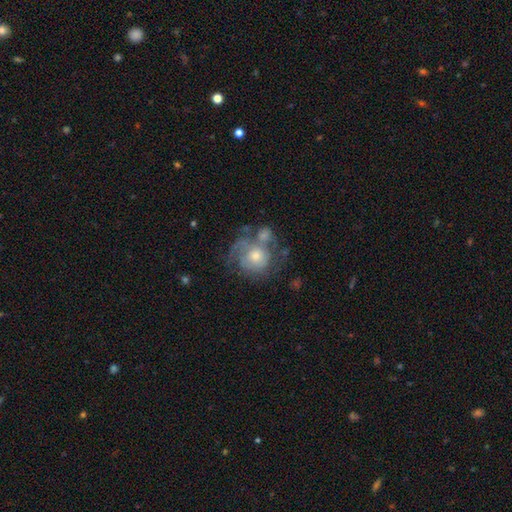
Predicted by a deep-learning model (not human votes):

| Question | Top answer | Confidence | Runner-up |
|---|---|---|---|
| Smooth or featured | featured or disk | 64% | smooth (27%) |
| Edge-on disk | no | 98% | yes (2%) |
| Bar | no | 82% | weak (15%) |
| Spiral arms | yes | 75% | no (25%) |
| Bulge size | moderate | 60% | small (31%) |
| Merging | none | 45% | merger (21%) |